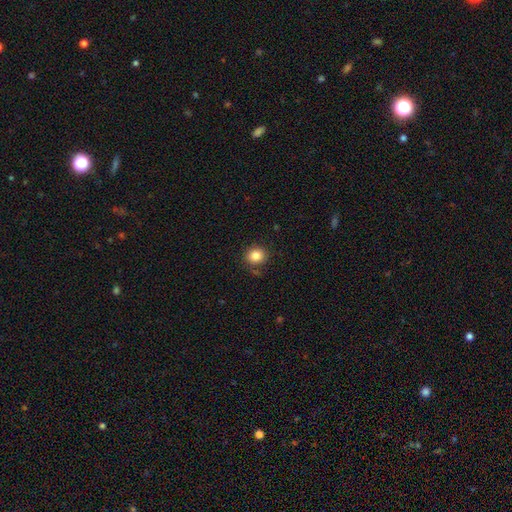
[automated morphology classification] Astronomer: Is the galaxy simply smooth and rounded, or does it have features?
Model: smooth — 84%.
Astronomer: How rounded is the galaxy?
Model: round — 83%.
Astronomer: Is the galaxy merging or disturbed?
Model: none — 83%.